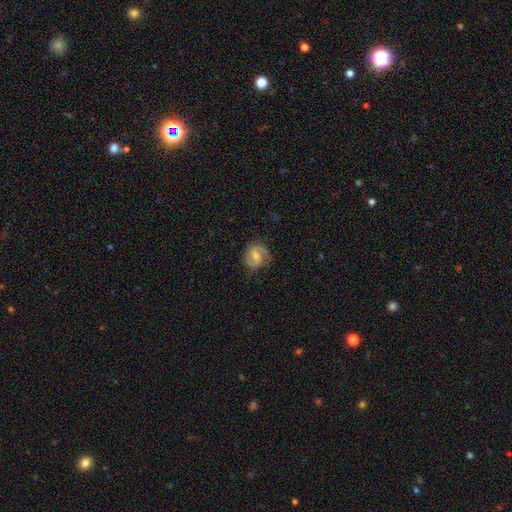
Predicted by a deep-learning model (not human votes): Q: Smooth or featured?
A: featured or disk (71%); runner-up: smooth (23%)
Q: Edge-on disk?
A: no (98%); runner-up: yes (2%)
Q: Bar?
A: weak (52%); runner-up: no (34%)
Q: Spiral arms?
A: yes (93%); runner-up: no (7%)
Q: Spiral winding?
A: medium (48%); runner-up: tight (32%)
Q: Spiral arm count?
A: 2 (72%); runner-up: 1 (18%)
Q: Bulge size?
A: moderate (46%); runner-up: small (42%)
Q: Merging?
A: none (69%); runner-up: minor disturbance (20%)